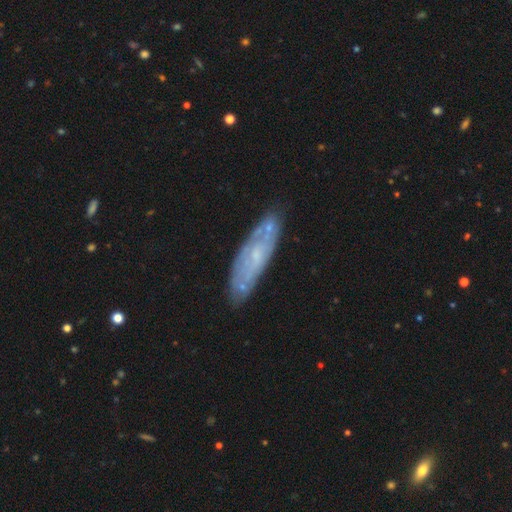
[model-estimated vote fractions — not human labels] This is likely a featured or disk galaxy (63%). It is likely not viewed edge-on (72%). Merging: likely none (75%).